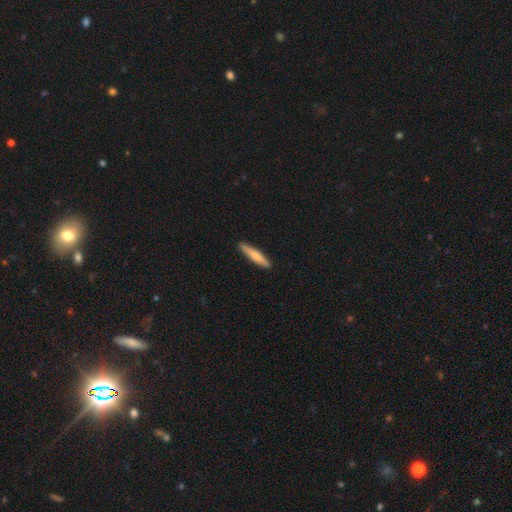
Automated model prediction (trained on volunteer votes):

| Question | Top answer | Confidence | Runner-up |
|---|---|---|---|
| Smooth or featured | smooth | 75% | featured or disk (20%) |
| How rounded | cigar-shaped | 88% | in between (10%) |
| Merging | none | 89% | minor disturbance (8%) |